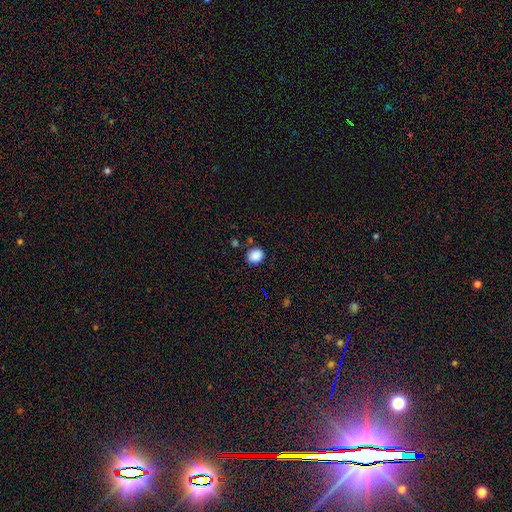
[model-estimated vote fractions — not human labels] This appears to be a smooth galaxy with no disk features (88%) that is round (62%). Merging: none (83%).